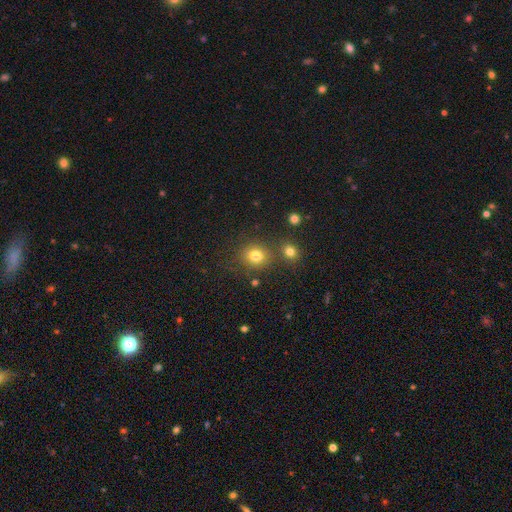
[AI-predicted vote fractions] This appears to be a smooth galaxy with no disk features (79%) that is round (84%). Merging: none (77%).